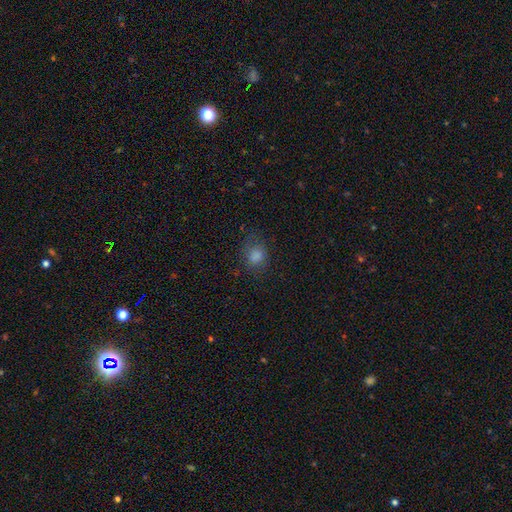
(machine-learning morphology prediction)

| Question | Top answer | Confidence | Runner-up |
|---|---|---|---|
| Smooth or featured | smooth | 75% | star or artifact (17%) |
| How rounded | round | 63% | in between (35%) |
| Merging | none | 71% | minor disturbance (18%) |